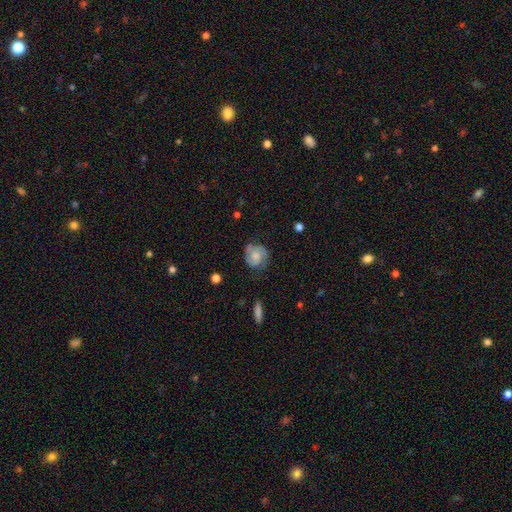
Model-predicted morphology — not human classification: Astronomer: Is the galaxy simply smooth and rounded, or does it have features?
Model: featured or disk — 57% (runner-up: smooth, 36%).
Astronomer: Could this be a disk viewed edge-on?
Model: no — 97%.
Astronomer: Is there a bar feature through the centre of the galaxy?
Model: no — 69%.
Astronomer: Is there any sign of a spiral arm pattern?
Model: yes — 88%.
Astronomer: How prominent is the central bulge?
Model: moderate — 44% (runner-up: small, 34%).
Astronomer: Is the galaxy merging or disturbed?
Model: none — 66%.